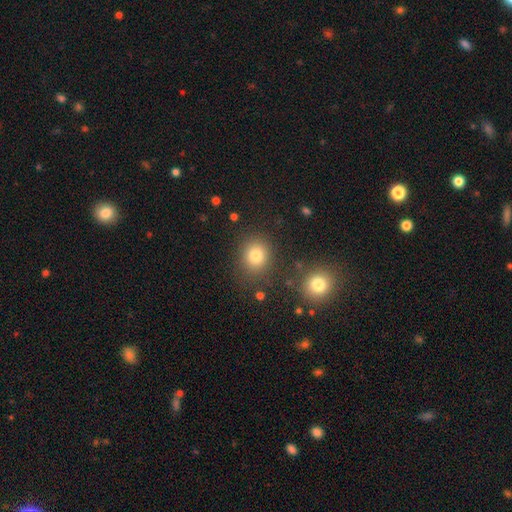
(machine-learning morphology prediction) Q: Smooth or featured?
A: smooth (80%); runner-up: star or artifact (13%)
Q: How rounded?
A: round (75%); runner-up: in between (24%)
Q: Merging?
A: none (82%); runner-up: minor disturbance (10%)